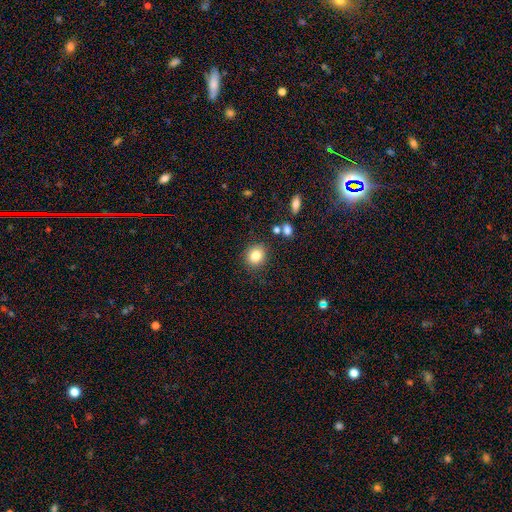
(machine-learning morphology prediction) type=smooth (82%); roundness=round (75%); merging=none (85%).